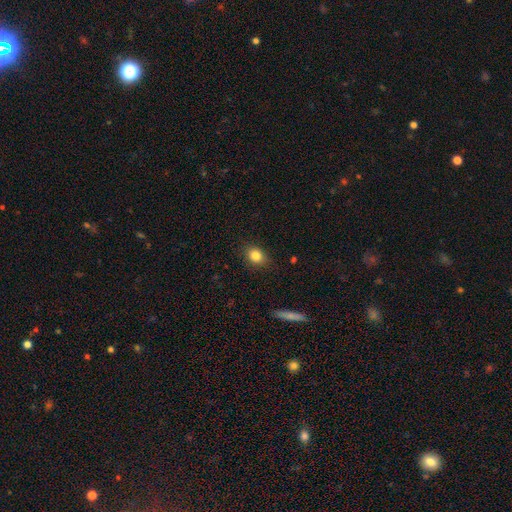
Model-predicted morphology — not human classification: smooth-or-featured: smooth: 83% | star or artifact: 10% | featured or disk: 7%
  how-rounded: round: 52% | in between: 46% | cigar-shaped: 2%
  merging: none: 86% | minor disturbance: 10% | major disturbance: 2% | merger: 1%